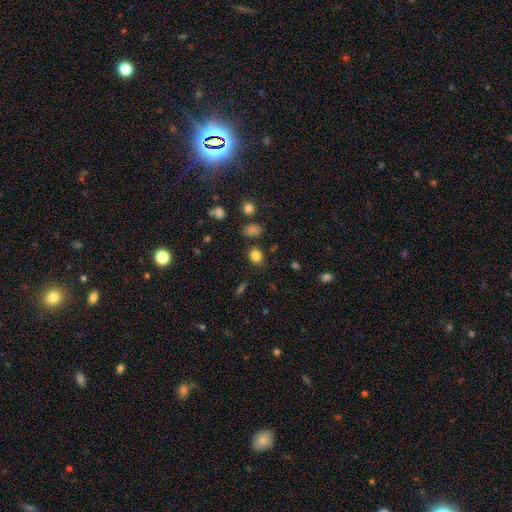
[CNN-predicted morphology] Q: Smooth or featured?
A: smooth (83%); runner-up: star or artifact (12%)
Q: How rounded?
A: round (67%); runner-up: in between (32%)
Q: Merging?
A: none (84%); runner-up: minor disturbance (10%)